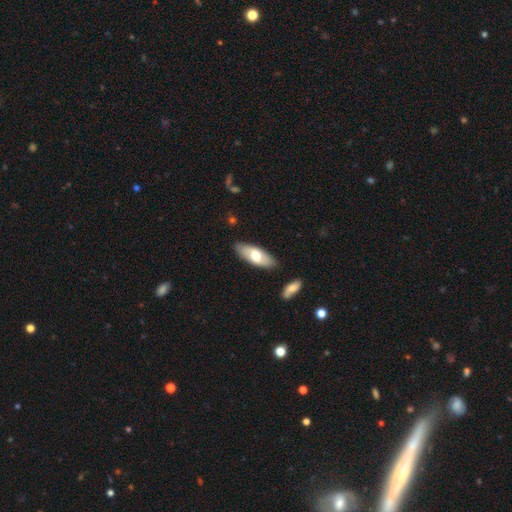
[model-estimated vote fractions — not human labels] smooth 61%, featured or disk 34%, star or artifact 6%. Down the decision tree: how rounded — in between (78%); merging — none (83%).